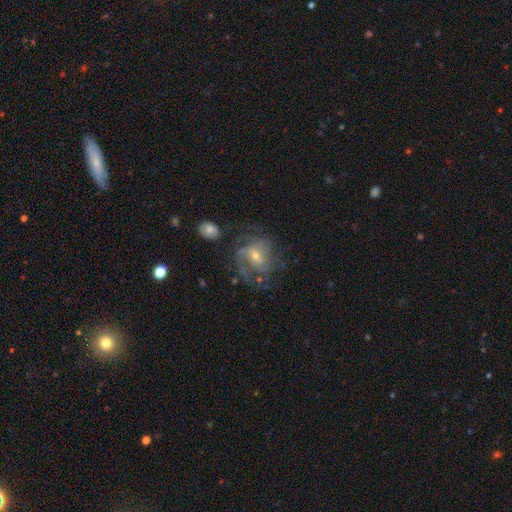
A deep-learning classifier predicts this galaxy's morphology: The model was most divided on "bar": no: 45%, weak: 44%, strong: 10%. Remaining: edge-on disk — no (97%); spiral arms — yes (94%); smooth or featured — featured or disk (83%); merging — none (64%); bulge size — small (59%); spiral winding — medium (45%); spiral arm count — can't tell (29%).